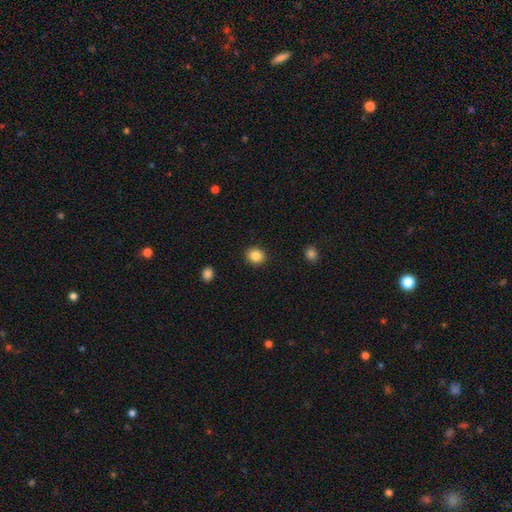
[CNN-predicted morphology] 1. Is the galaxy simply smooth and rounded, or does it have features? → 86% smooth, 9% star or artifact, 4% featured or disk.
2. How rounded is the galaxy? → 74% round, 25% in between, 1% cigar-shaped.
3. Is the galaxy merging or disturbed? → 91% none, 6% minor disturbance, 2% major disturbance, 1% merger.